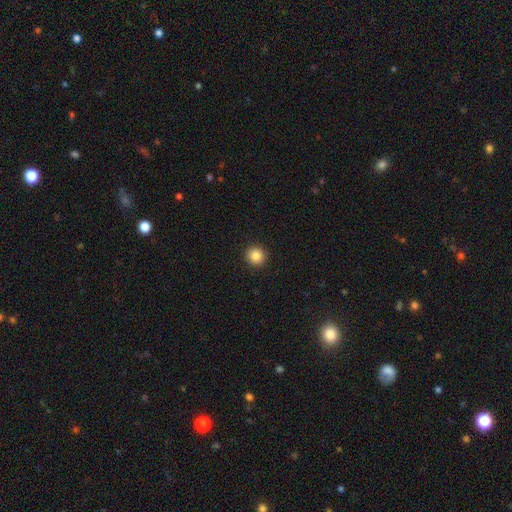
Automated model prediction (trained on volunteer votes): Morphology: type=smooth (86%); roundness=round (95%); merging=none (93%).